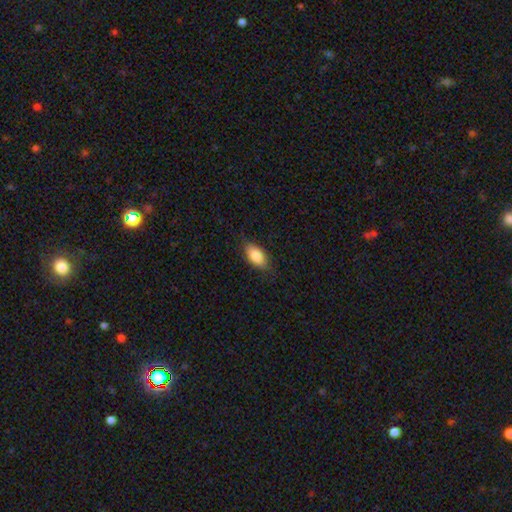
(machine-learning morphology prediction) Q: Smooth or featured?
A: smooth (85%); runner-up: featured or disk (9%)
Q: How rounded?
A: in between (91%); runner-up: cigar-shaped (5%)
Q: Merging?
A: none (81%); runner-up: minor disturbance (15%)